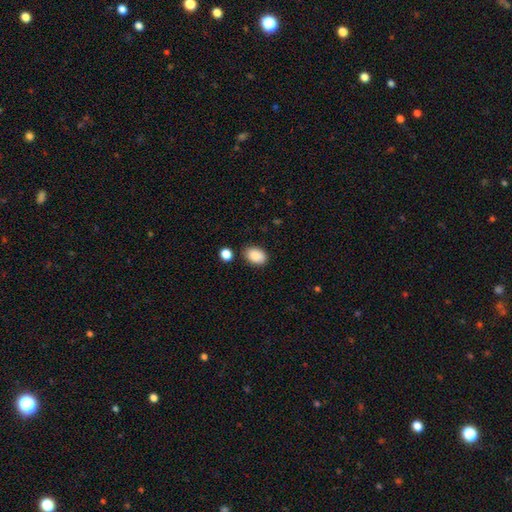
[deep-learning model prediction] Smooth or featured?
  - smooth: 88% *
  - star or artifact: 8%
  - featured or disk: 4%
How rounded?
  - in between: 83% *
  - round: 15%
  - cigar-shaped: 1%
Merging?
  - none: 82% *
  - minor disturbance: 11%
  - merger: 4%
  - major disturbance: 3%